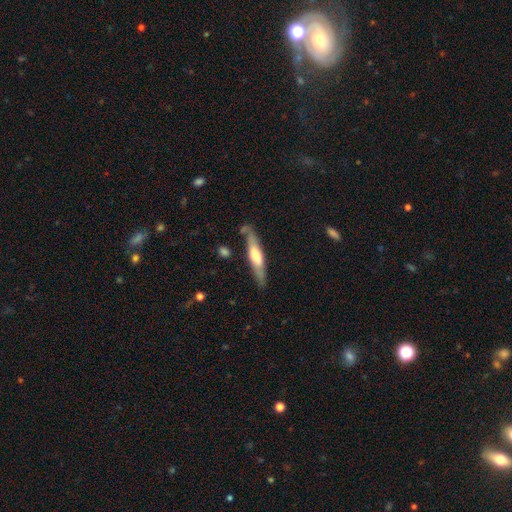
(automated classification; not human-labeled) featured or disk 51%, smooth 44%, star or artifact 5%. Down the decision tree: edge-on disk — yes (86%); merging — none (77%).